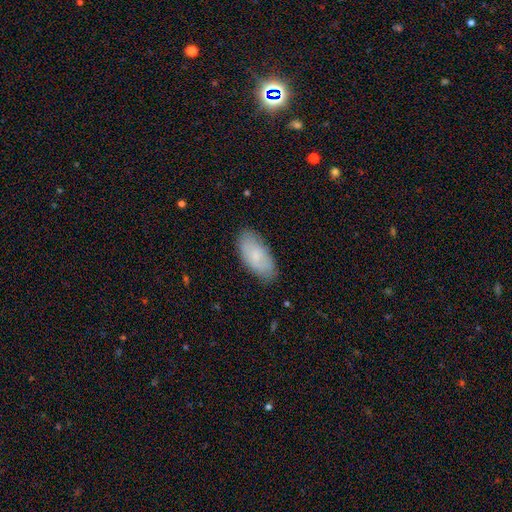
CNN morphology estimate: Smooth or featured? Predicted: smooth (p=0.70). How rounded? Predicted: in between (p=0.92). Merging? Predicted: none (p=0.78).